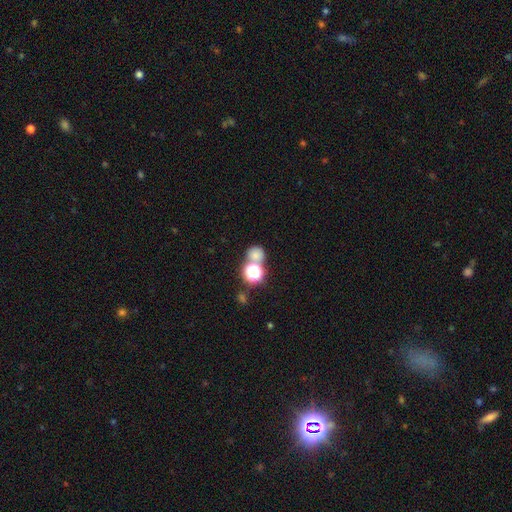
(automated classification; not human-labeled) A smooth galaxy with no disk features (67%) that is round (80%).

Vote fractions:
- Smooth or featured? smooth: 67% / star or artifact: 25% / featured or disk: 8%
- How rounded? round: 80% / in between: 19% / cigar-shaped: 1%
- Merging? none: 56% / merger: 31% / minor disturbance: 9% / major disturbance: 4%